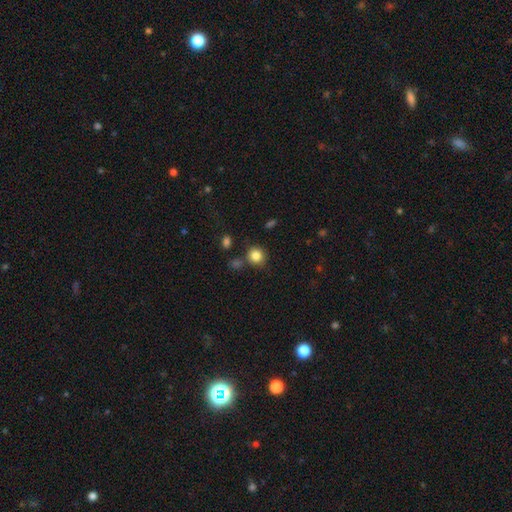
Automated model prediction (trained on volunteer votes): Smooth or featured? smooth (84%)
How rounded? round (84%)
Merging? none (77%)